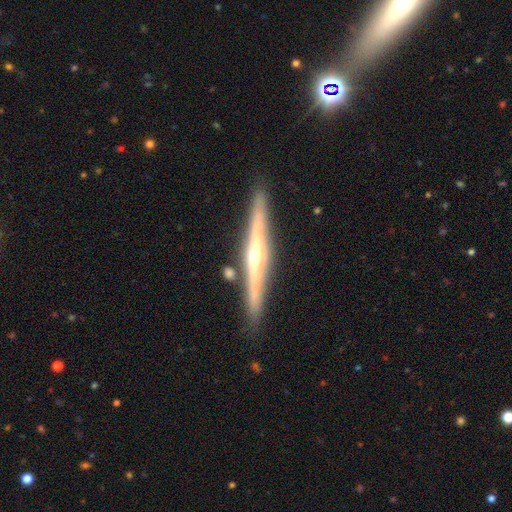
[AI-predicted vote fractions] Smooth or featured: featured or disk — 78% (smooth — 16%)
Edge-on disk: yes — 97% (no — 3%)
Edge-on bulge: rounded — 82% (none — 13%)
Merging: none — 88% (minor disturbance — 8%)